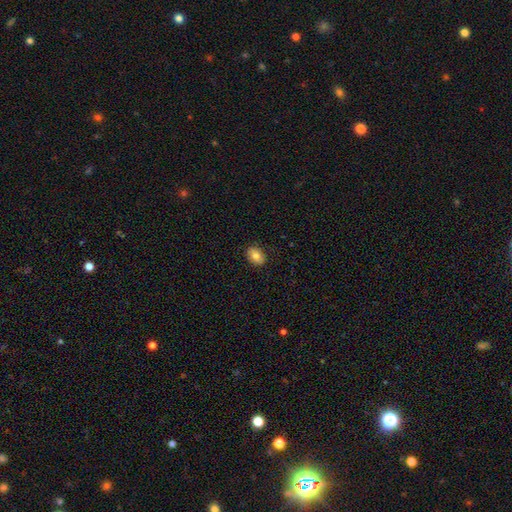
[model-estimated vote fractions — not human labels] Smooth or featured? Predicted: smooth (p=0.81). How rounded? Predicted: in between (p=0.76). Merging? Predicted: none (p=0.86).